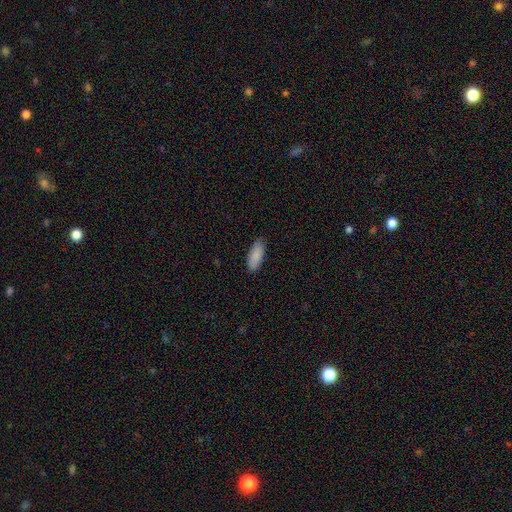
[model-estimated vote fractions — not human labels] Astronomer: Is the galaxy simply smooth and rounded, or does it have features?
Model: smooth — 88%.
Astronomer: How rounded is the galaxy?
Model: in between — 78%.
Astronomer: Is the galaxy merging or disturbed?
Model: none — 84%.